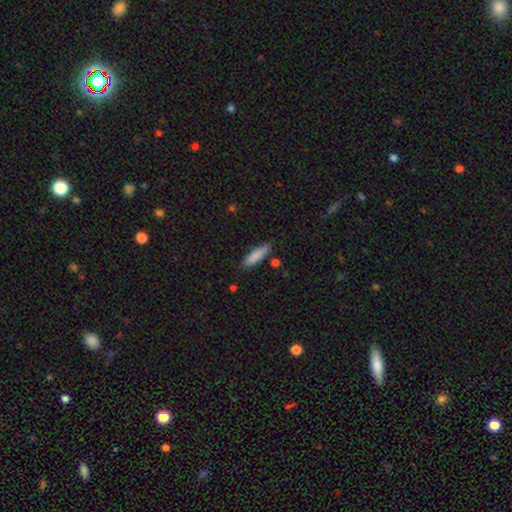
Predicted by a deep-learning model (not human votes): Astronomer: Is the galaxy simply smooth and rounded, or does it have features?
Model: smooth — 84%.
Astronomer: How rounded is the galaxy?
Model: cigar-shaped — 72%.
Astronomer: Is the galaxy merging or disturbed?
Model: none — 82%.